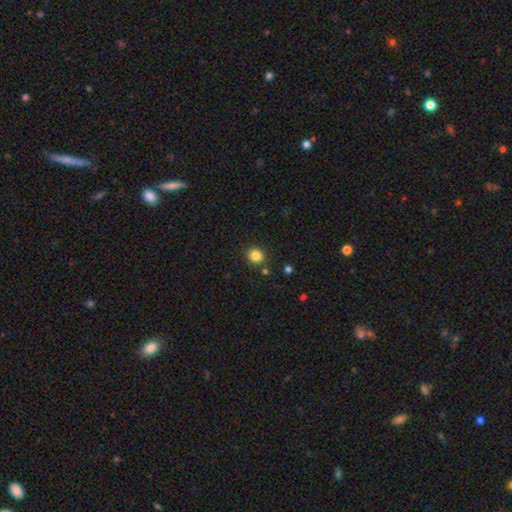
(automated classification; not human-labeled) Overall: smooth (84%). How rounded: round (88%). Merging: none (89%).